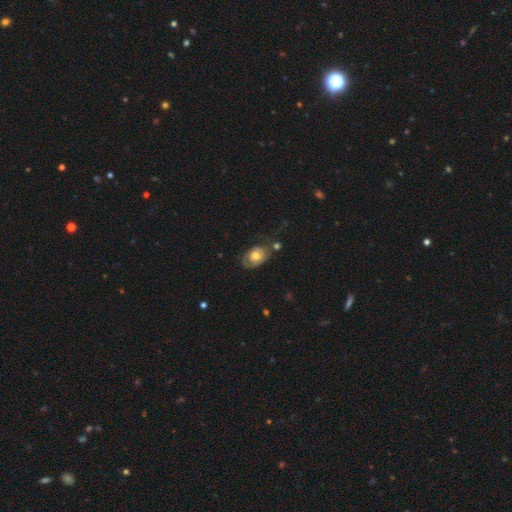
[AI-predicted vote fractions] Smooth or featured: smooth — 50% (featured or disk — 43%)
How rounded: in between — 77% (round — 21%)
Merging: none — 48% (minor disturbance — 27%)